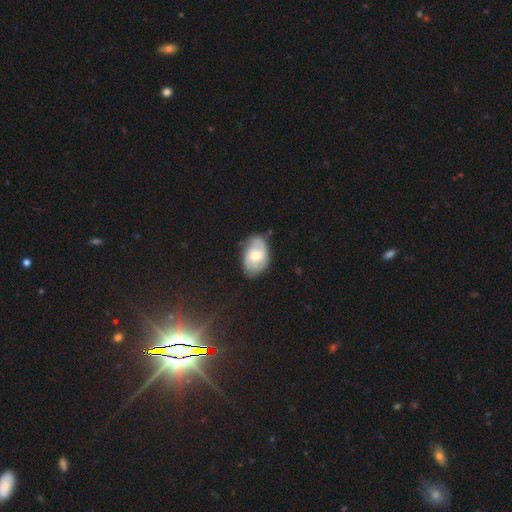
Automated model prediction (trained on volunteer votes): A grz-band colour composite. It shows a featured or disk galaxy (47%). Merging: none (66%).